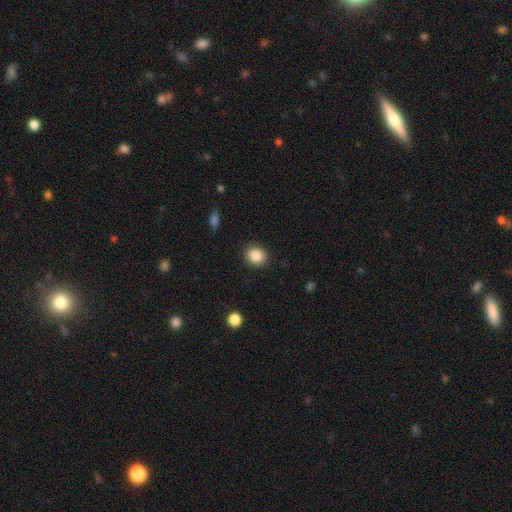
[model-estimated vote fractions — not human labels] This appears to be a smooth galaxy with no disk features (88%) that is round (74%). Merging: none (90%).